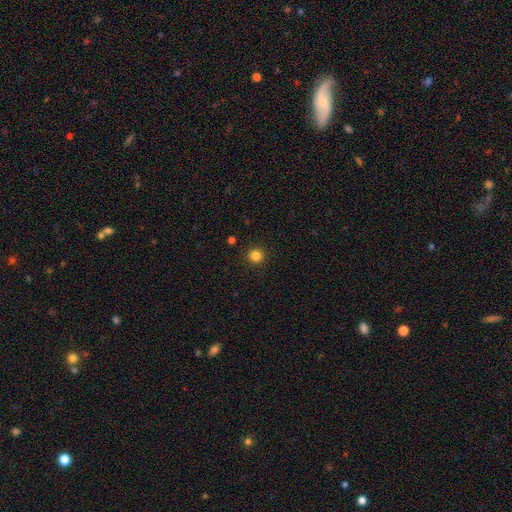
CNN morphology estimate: The model was most divided on "smooth or featured": smooth: 84%, star or artifact: 12%, featured or disk: 4%. More confident: how rounded — round (94%); merging — none (93%).